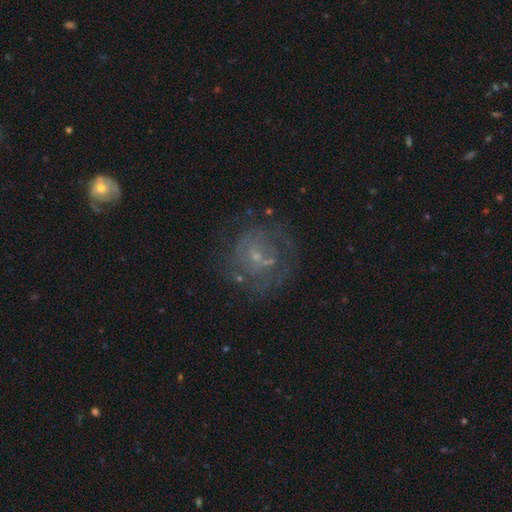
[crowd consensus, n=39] Smooth or featured? featured or disk (87%)
Edge-on disk? no (97%)
Bar? no (79%)
Spiral arms? yes (100%)
Spiral winding? tight (64%)
Spiral arm count? can't tell (36%)
Bulge size? small (88%)
Merging? none (70%)